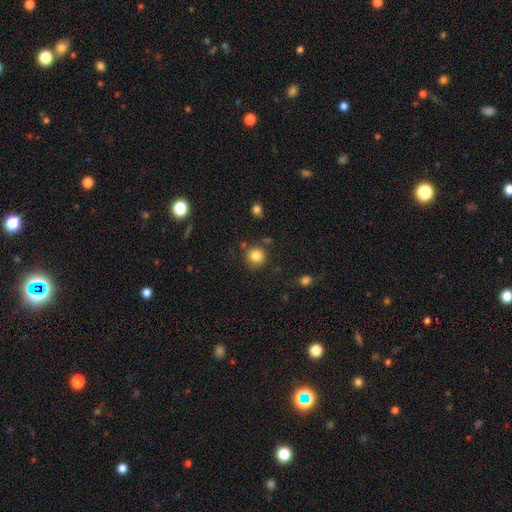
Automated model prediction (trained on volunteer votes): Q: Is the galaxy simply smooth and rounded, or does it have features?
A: smooth — 84%.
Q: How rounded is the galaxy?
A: round — 92%.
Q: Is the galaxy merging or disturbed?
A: none — 82%.